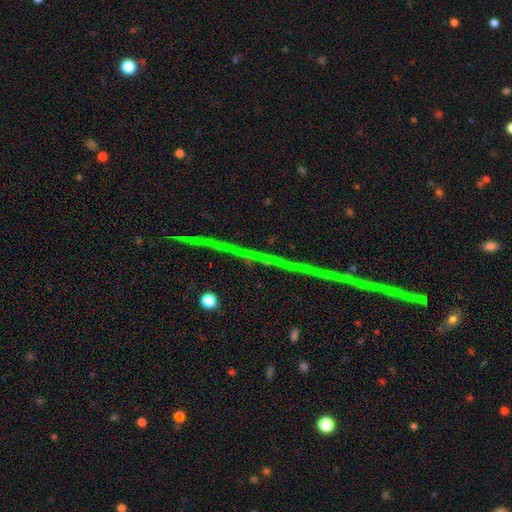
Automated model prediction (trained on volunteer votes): Smooth or featured? Predicted: star or artifact (p=0.84).